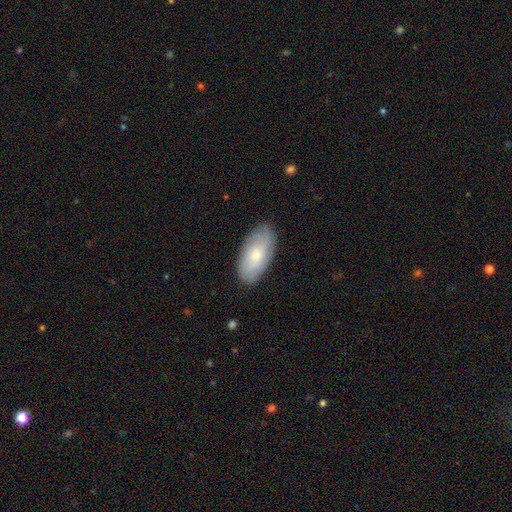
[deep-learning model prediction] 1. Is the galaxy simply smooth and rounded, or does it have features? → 60% smooth, 34% featured or disk, 6% star or artifact.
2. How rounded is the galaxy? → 93% in between, 4% cigar-shaped, 3% round.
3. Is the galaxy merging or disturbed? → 82% none, 14% minor disturbance, 3% major disturbance, 1% merger.